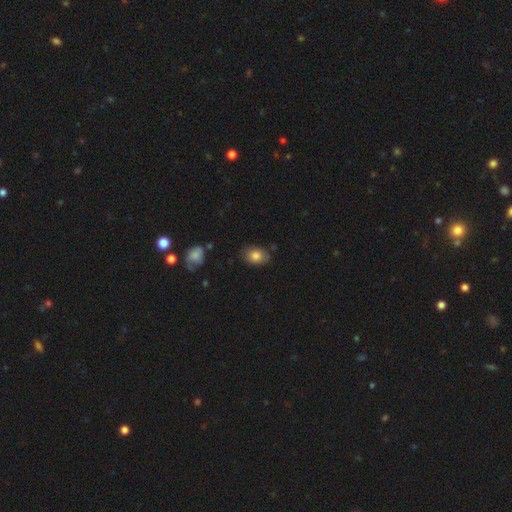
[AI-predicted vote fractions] Smooth or featured?
  - smooth: 83% *
  - featured or disk: 9%
  - star or artifact: 8%
How rounded?
  - in between: 77% *
  - round: 22%
  - cigar-shaped: 1%
Merging?
  - none: 77% *
  - minor disturbance: 18%
  - major disturbance: 3%
  - merger: 2%